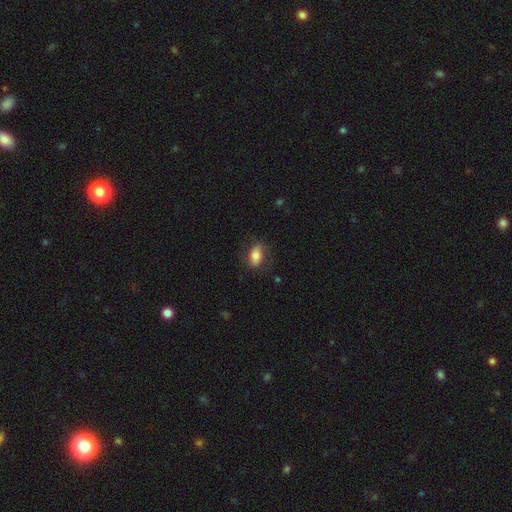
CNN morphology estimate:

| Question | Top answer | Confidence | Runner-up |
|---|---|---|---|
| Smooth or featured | smooth | 72% | featured or disk (20%) |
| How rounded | in between | 87% | round (10%) |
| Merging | none | 72% | minor disturbance (19%) |